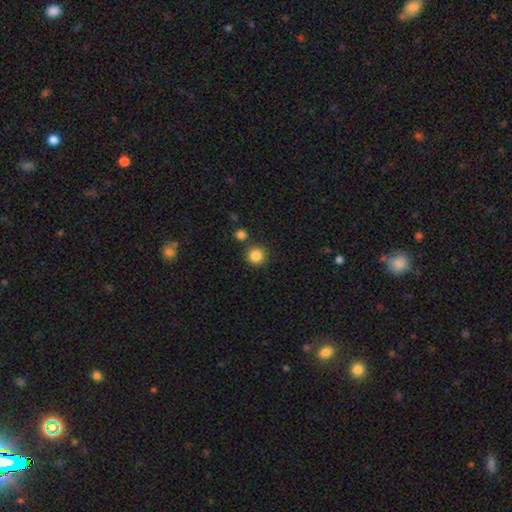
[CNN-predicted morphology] Smooth or featured? Predicted: smooth (p=0.85). How rounded? Predicted: round (p=0.94). Merging? Predicted: none (p=0.83).